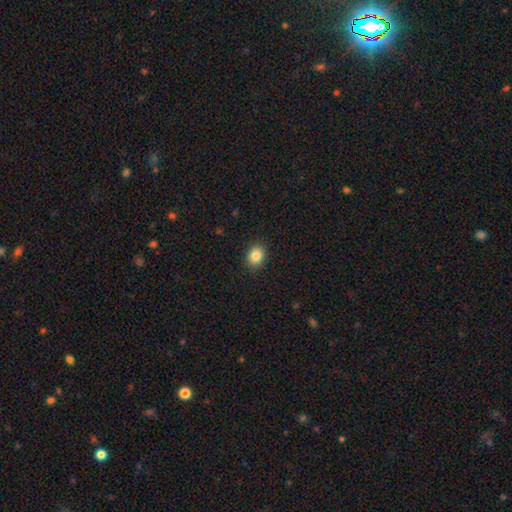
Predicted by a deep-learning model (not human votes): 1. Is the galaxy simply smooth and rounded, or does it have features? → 85% smooth, 10% star or artifact, 5% featured or disk.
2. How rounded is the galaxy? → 54% round, 45% in between, 1% cigar-shaped.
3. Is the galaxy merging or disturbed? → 89% none, 8% minor disturbance, 2% major disturbance, 1% merger.